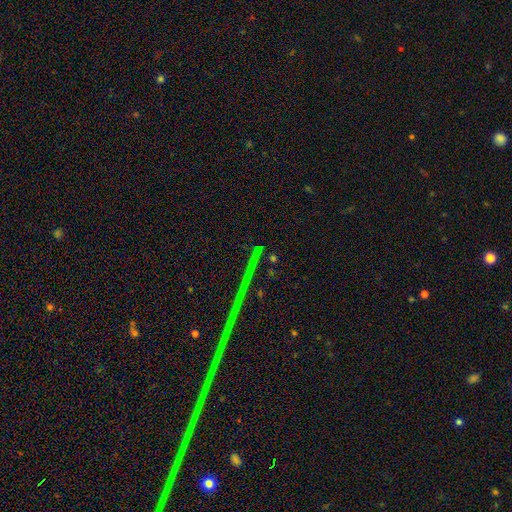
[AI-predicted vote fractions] This is likely a star or artifact rather than a galaxy (79%).